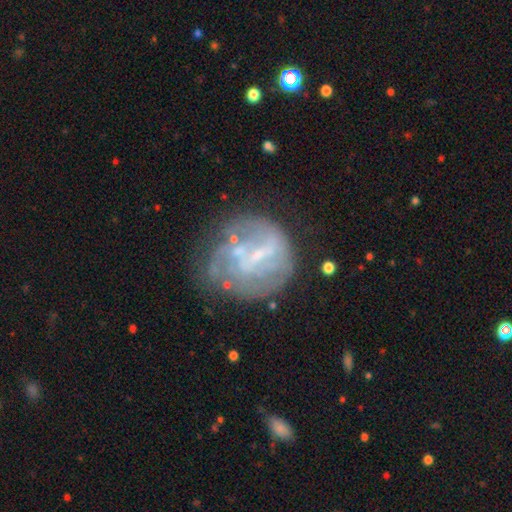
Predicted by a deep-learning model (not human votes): This is likely a featured or disk galaxy (68%). It is clearly not viewed edge-on (98%). Bar: marginally weak (45%). Spiral arm pattern: possibly no (51%). Central bulge: possibly small (53%). Merging: possibly none (48%).